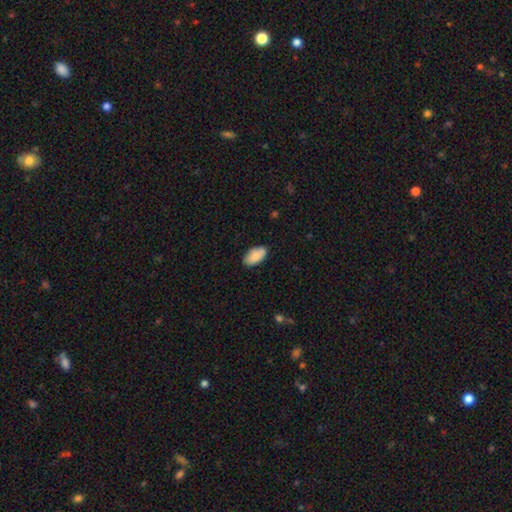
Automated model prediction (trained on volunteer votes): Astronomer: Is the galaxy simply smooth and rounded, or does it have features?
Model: smooth — 86%.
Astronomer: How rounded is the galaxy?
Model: in between — 94%.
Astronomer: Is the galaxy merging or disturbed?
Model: none — 83%.